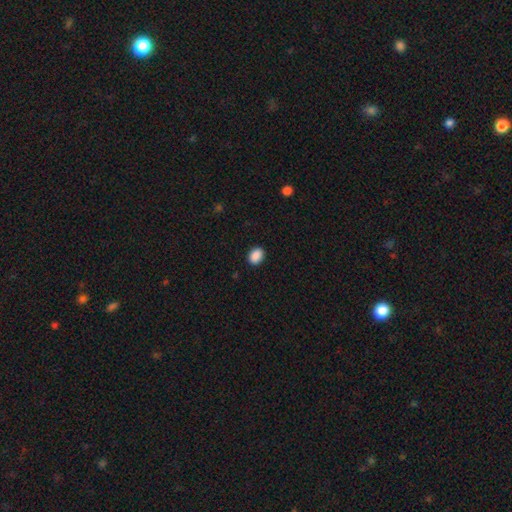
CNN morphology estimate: A smooth galaxy with no disk features (90%) that is in between round and cigar-shaped (75%). Merging: none (89%).